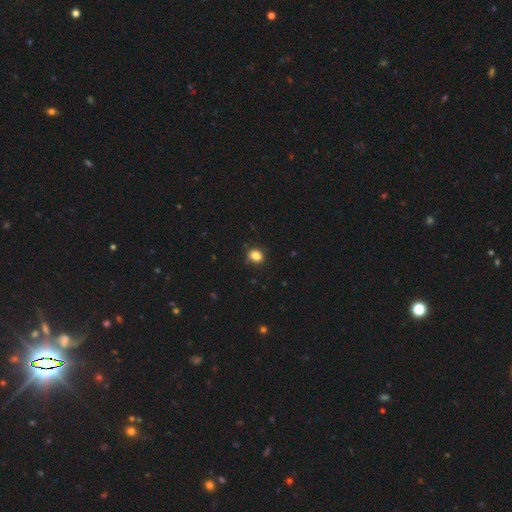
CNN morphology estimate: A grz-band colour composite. It shows a smooth galaxy with no disk features (85%) that is round (55%). Merging: none (79%).